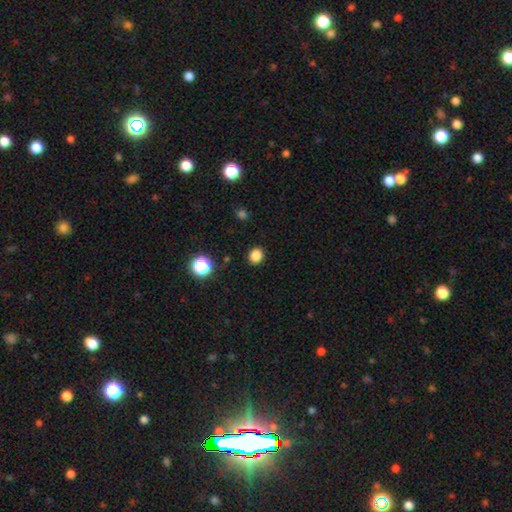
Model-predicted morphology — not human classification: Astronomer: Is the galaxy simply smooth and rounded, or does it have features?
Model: smooth — 85%.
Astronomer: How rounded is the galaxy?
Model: round — 78%.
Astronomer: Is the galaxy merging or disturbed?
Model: none — 90%.